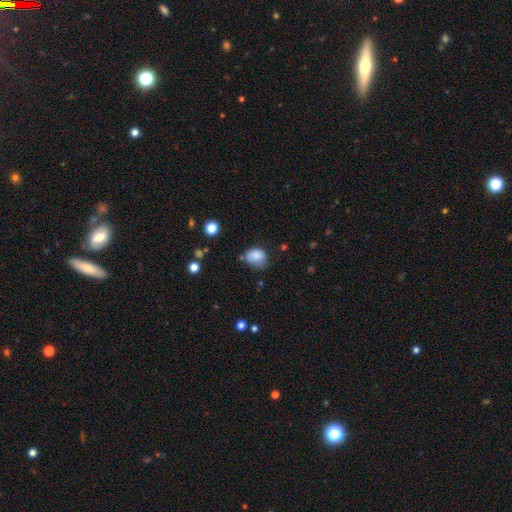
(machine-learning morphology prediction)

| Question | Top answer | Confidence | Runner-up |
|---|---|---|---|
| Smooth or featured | smooth | 82% | star or artifact (9%) |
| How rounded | in between | 54% | round (45%) |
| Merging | none | 51% | minor disturbance (35%) |